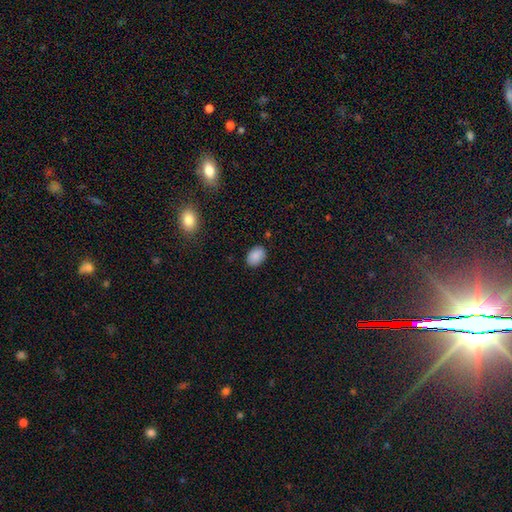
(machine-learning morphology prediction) type=smooth (88%); roundness=in between (84%); merging=none (86%).